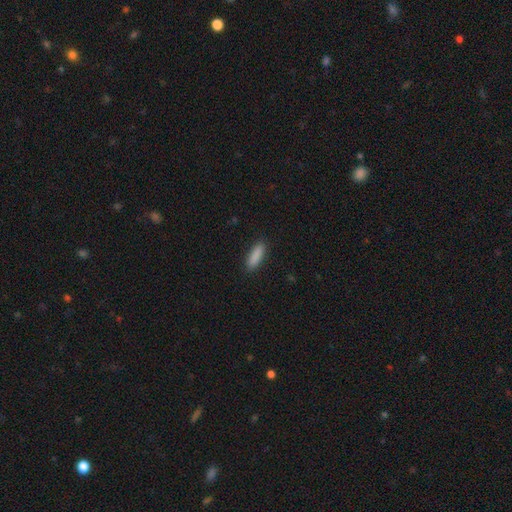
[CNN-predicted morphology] Smooth or featured? smooth (89%)
How rounded? cigar-shaped (55%)
Merging? none (89%)